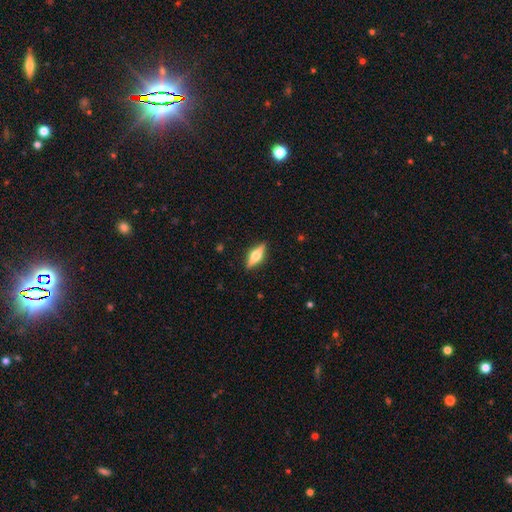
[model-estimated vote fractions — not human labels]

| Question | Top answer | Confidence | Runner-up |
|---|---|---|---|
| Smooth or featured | featured or disk | 62% | smooth (32%) |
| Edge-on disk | yes | 96% | no (4%) |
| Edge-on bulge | rounded | 94% | boxy (4%) |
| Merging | none | 89% | minor disturbance (8%) |